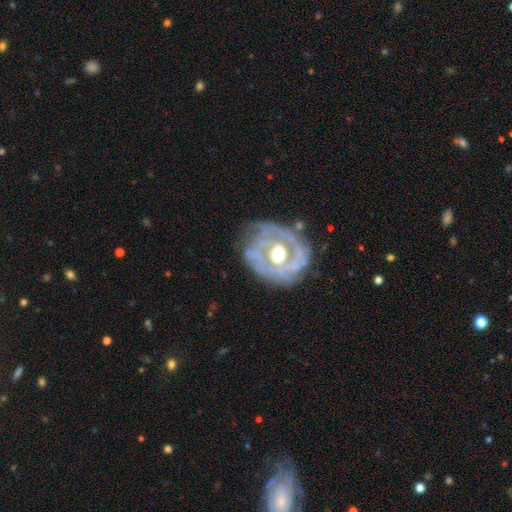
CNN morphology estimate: Smooth or featured? featured or disk (86%)
Edge-on disk? no (97%)
Bar? no (68%)
Spiral arms? yes (83%)
Spiral winding? tight (63%)
Spiral arm count? can't tell (31%)
Bulge size? moderate (74%)
Merging? none (67%)